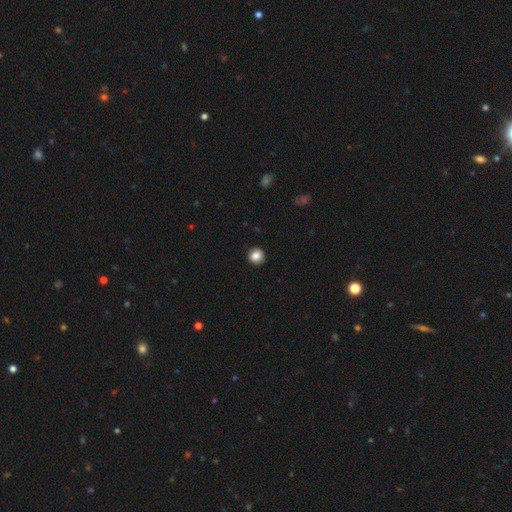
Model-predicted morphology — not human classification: This is clearly a smooth galaxy (85%). How rounded: clearly round (92%). Merging: clearly none (92%).